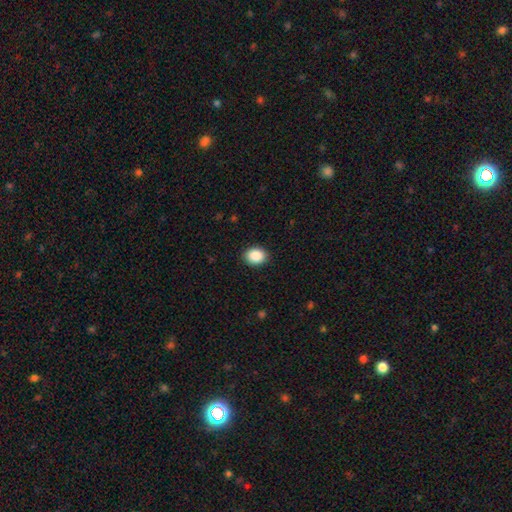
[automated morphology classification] This is clearly a smooth galaxy (89%). How rounded: possibly in between (51%). Merging: clearly none (89%).